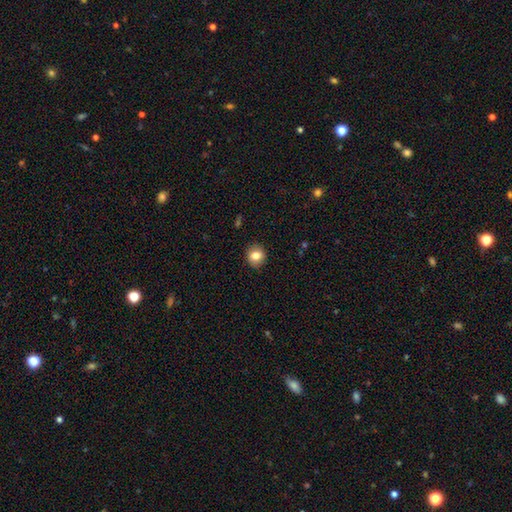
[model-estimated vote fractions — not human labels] smooth_or_featured: smooth (p=0.82) [alt: star or artifact p=0.10]
how_rounded: round (p=0.83) [alt: in between p=0.16]
merging: none (p=0.90) [alt: minor disturbance p=0.07]